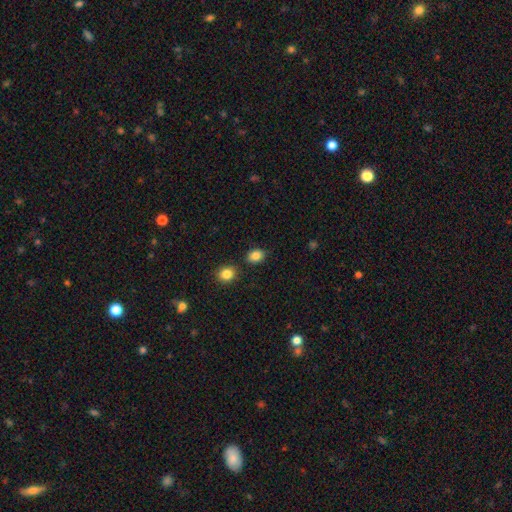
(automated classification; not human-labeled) Smooth or featured? smooth (85%)
How rounded? in between (61%)
Merging? none (80%)